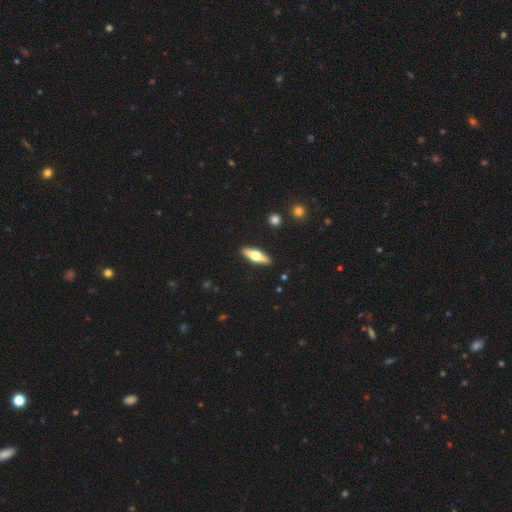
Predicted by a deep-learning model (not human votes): featured or disk 50%, smooth 45%, star or artifact 5%. Down the decision tree: merging — none (90%).